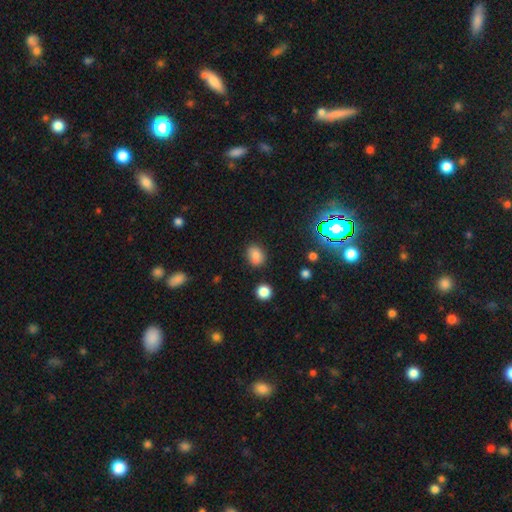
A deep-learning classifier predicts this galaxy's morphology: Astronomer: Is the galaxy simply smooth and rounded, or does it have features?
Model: smooth — 78%.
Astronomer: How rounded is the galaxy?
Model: in between — 57% (runner-up: round, 42%).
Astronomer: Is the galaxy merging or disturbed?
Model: none — 72%.